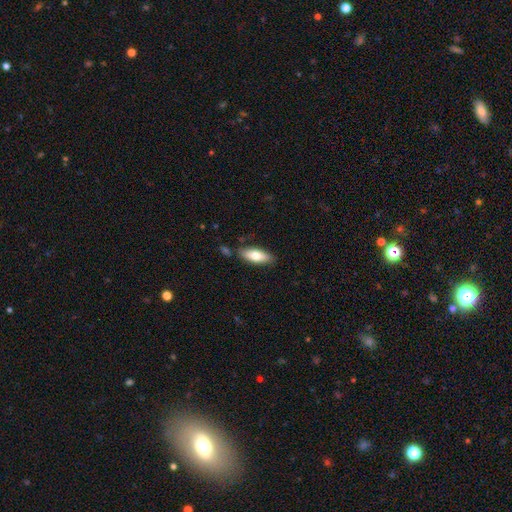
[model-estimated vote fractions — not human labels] A smooth galaxy with no disk features (74%) that is in between round and cigar-shaped (75%). Merging: none (81%).